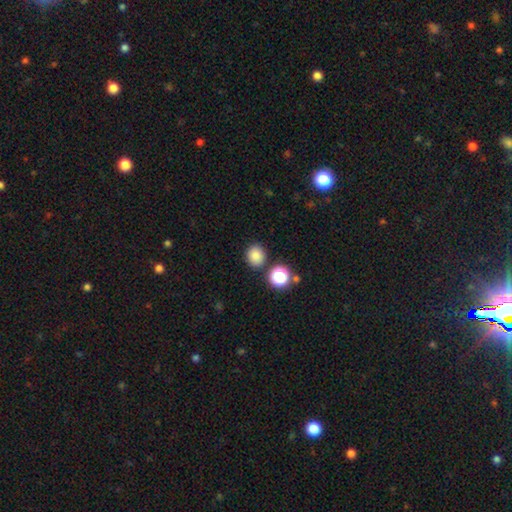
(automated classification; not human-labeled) This is clearly a smooth galaxy (82%). How rounded: likely round (76%). Merging: clearly none (84%).